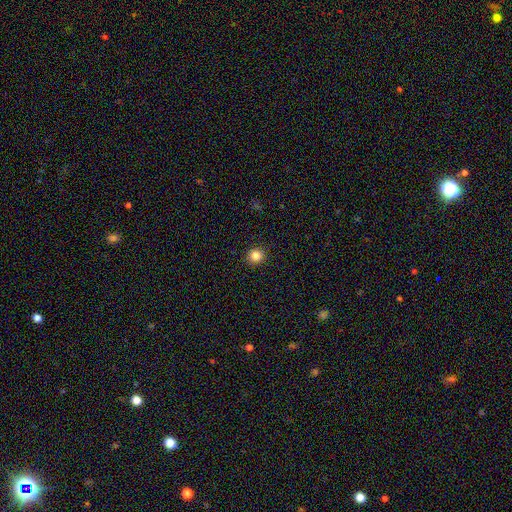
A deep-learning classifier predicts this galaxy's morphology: smooth 84%, star or artifact 11%, featured or disk 4%. Down the decision tree: how rounded — round (89%); merging — none (92%).